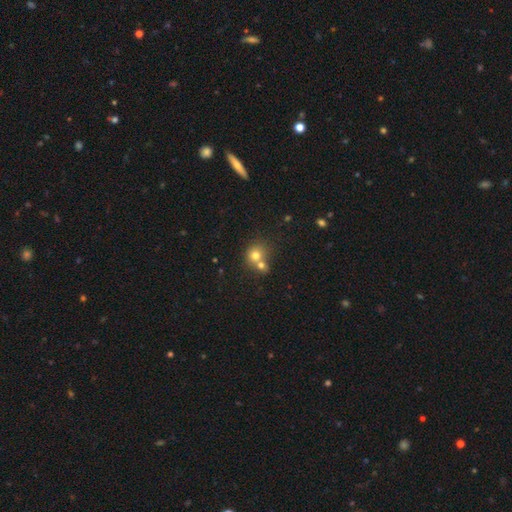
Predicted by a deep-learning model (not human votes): smooth 73%, featured or disk 14%, star or artifact 13%. Down the decision tree: how rounded — round (78%); merging — merger (54%).